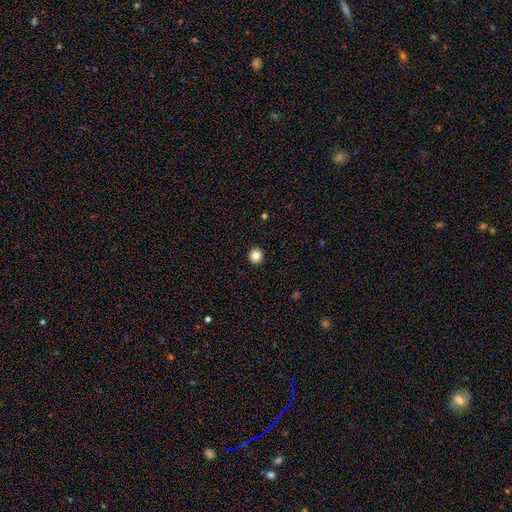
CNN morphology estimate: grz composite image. It shows a smooth galaxy with no disk features (83%) that is round (90%). Merging: none (93%).